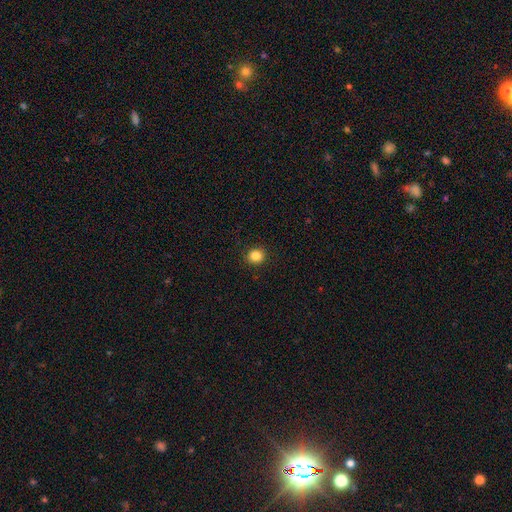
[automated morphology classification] Smooth or featured: smooth — 85% (star or artifact — 11%)
How rounded: round — 87% (in between — 12%)
Merging: none — 92% (minor disturbance — 6%)